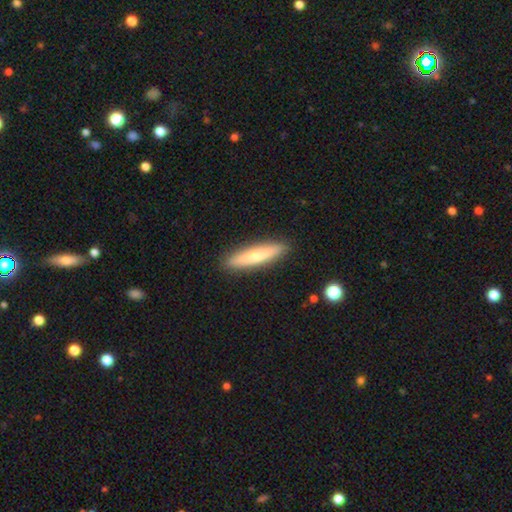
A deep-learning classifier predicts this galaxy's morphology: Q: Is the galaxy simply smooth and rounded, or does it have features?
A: smooth — 64%.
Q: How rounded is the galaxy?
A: cigar-shaped — 87%.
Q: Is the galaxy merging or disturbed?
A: none — 91%.